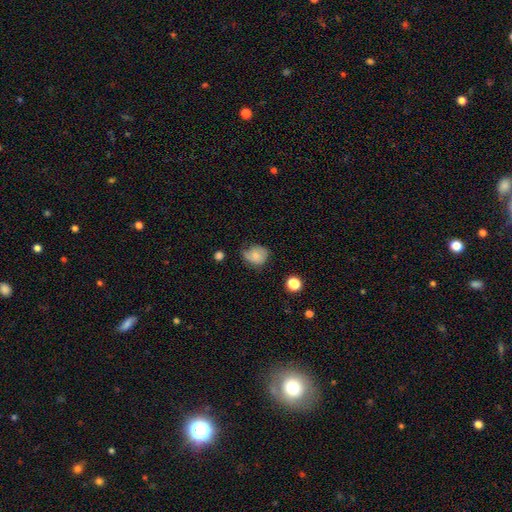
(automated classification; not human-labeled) Overall: smooth (68%). How rounded: round (58%; in between 41%). Merging: none (44%; minor disturbance 38%).